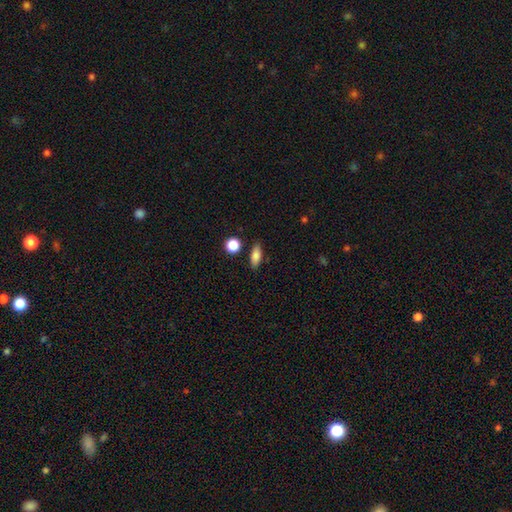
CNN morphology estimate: Q: Smooth or featured?
A: smooth (81%); runner-up: featured or disk (10%)
Q: How rounded?
A: in between (71%); runner-up: cigar-shaped (22%)
Q: Merging?
A: none (84%); runner-up: minor disturbance (10%)